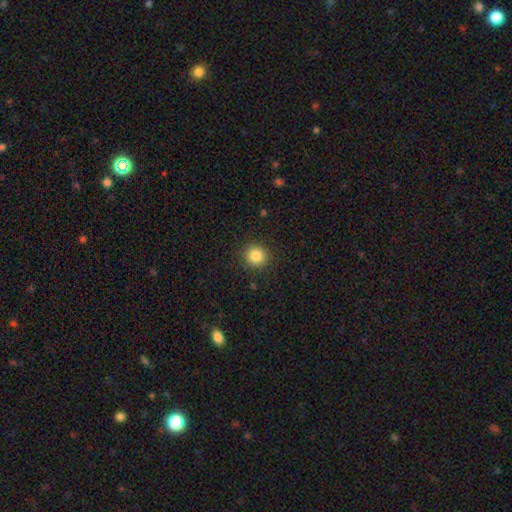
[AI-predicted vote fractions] Morphology: type=smooth (83%); roundness=round (93%); merging=none (91%).